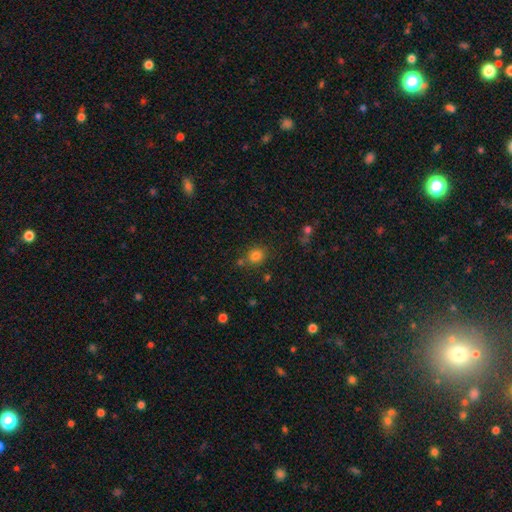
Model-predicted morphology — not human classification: Smooth or featured: smooth — 81% (star or artifact — 13%)
How rounded: round — 74% (in between — 25%)
Merging: none — 73% (minor disturbance — 12%)